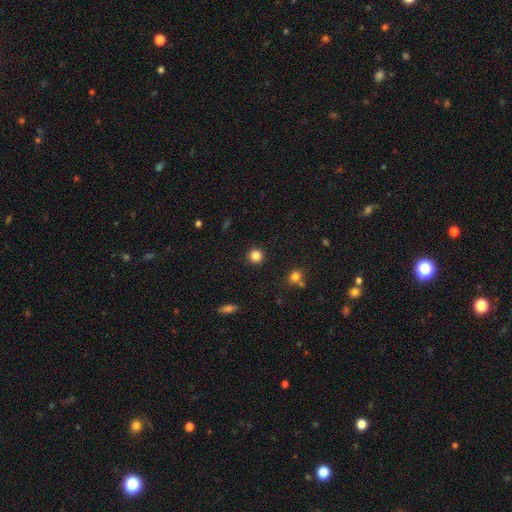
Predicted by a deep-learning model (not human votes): A smooth galaxy with no disk features (84%) that is round (93%). Merging: none (91%).